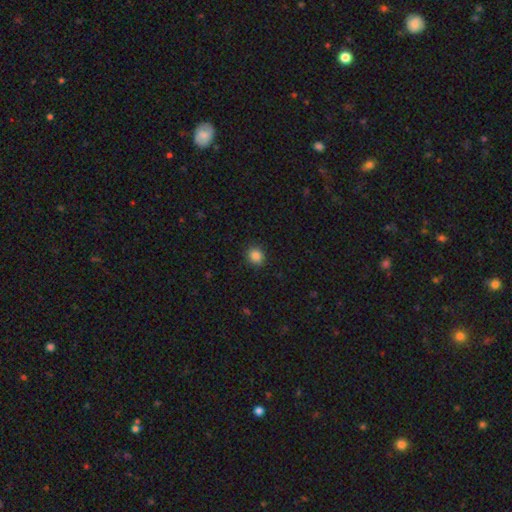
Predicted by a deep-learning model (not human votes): This is clearly a smooth galaxy (86%). How rounded: likely round (77%). Merging: clearly none (90%).